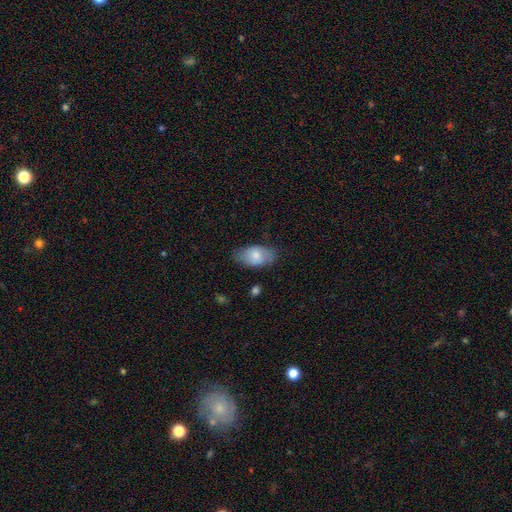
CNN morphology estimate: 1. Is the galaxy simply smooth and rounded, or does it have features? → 75% smooth, 19% featured or disk, 6% star or artifact.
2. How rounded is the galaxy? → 93% in between, 5% round, 2% cigar-shaped.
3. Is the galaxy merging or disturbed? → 76% none, 18% minor disturbance, 4% major disturbance, 1% merger.